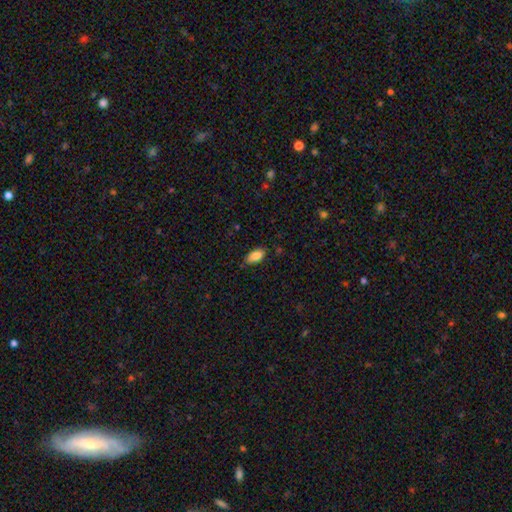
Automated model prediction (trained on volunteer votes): smooth 87%, star or artifact 7%, featured or disk 6%. Down the decision tree: how rounded — in between (92%); merging — none (76%).